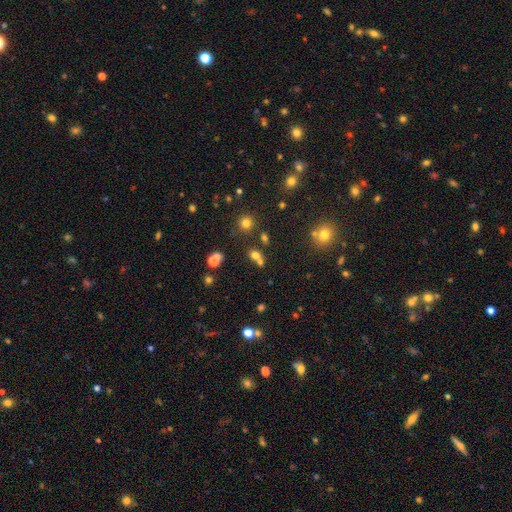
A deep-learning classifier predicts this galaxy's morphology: Q: Smooth or featured?
A: smooth (64%); runner-up: star or artifact (24%)
Q: How rounded?
A: round (54%); runner-up: in between (44%)
Q: Merging?
A: none (48%); runner-up: merger (38%)